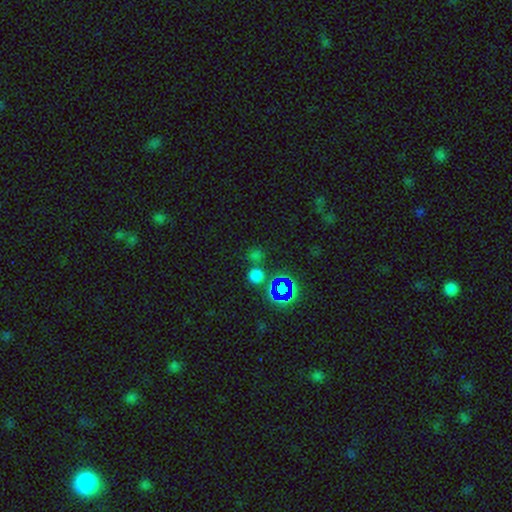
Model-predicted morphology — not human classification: smooth_or_featured: smooth (p=0.60) [alt: star or artifact p=0.34]
how_rounded: round (p=0.89) [alt: in between p=0.10]
merging: none (p=0.69) [alt: merger p=0.18]